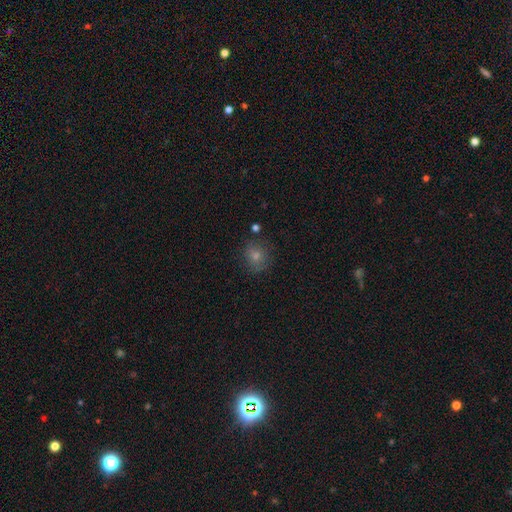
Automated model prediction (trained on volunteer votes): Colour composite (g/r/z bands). It shows a smooth galaxy with no disk features (63%) that is round (78%). Merging: none (81%).